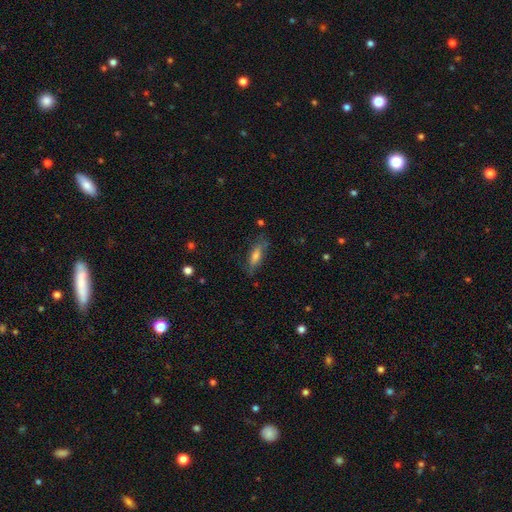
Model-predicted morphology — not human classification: A smooth galaxy with no disk features (58%) that is cigar-shaped (55%). Merging: none (74%).